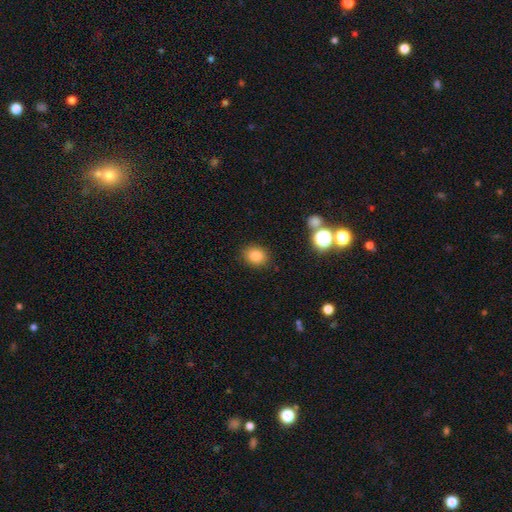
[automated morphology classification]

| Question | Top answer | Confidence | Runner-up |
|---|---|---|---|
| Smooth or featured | smooth | 82% | star or artifact (11%) |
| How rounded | round | 60% | in between (39%) |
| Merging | none | 87% | minor disturbance (8%) |